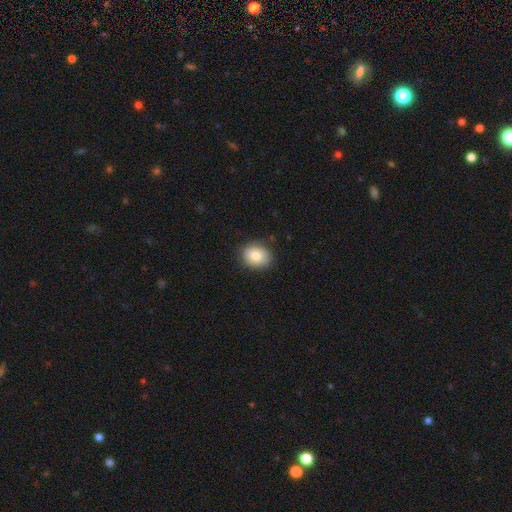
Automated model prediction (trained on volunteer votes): smooth 80%, featured or disk 12%, star or artifact 8%. Down the decision tree: how rounded — round (52%); merging — none (85%).